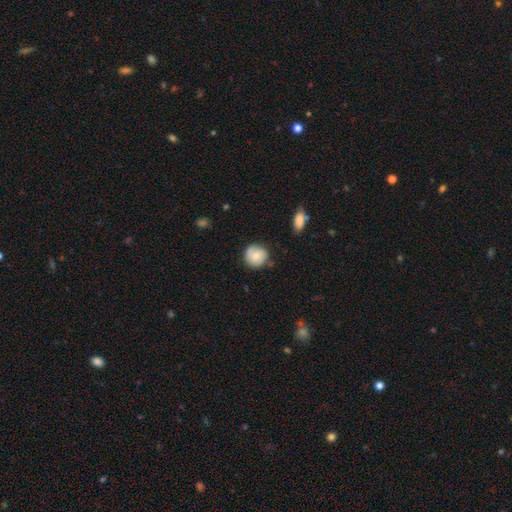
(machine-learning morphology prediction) type=smooth (65%); roundness=round (91%); merging=none (76%).